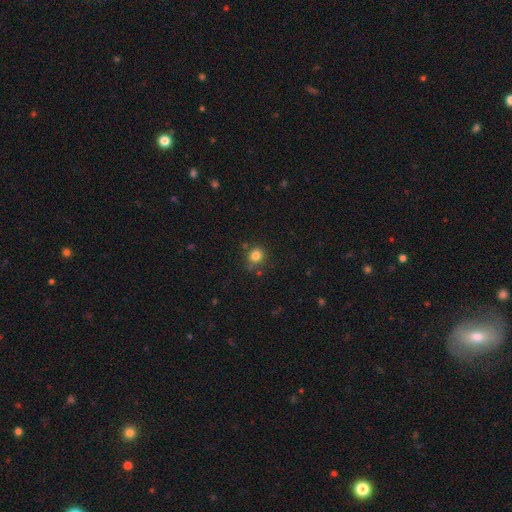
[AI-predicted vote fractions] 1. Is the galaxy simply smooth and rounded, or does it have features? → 81% smooth, 13% star or artifact, 6% featured or disk.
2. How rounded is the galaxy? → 87% round, 12% in between, 1% cigar-shaped.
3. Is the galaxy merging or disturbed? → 78% none, 12% minor disturbance, 6% merger, 3% major disturbance.